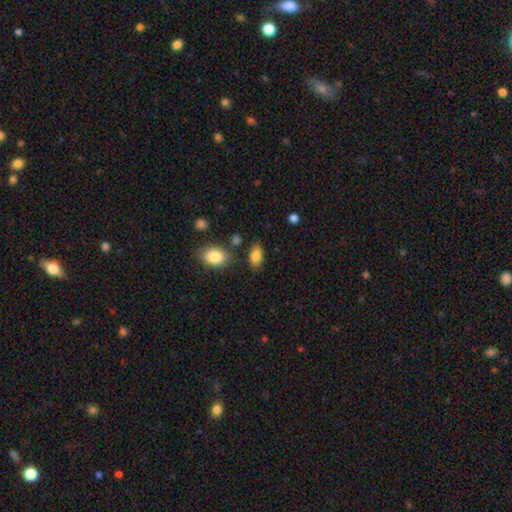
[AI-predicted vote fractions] smooth 85%, star or artifact 8%, featured or disk 7%. Down the decision tree: how rounded — in between (92%); merging — none (78%).